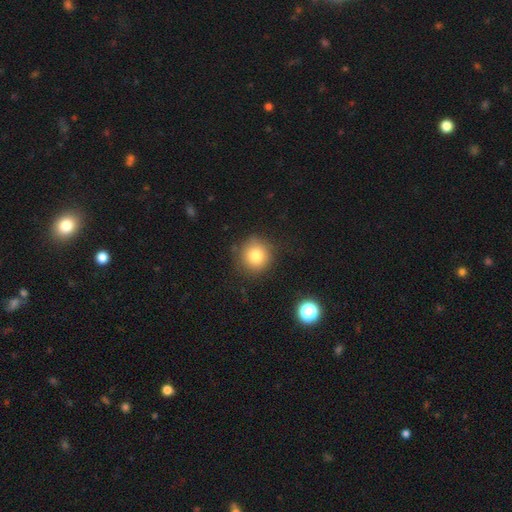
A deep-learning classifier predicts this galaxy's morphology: Smooth or featured: smooth — 80% (star or artifact — 11%)
How rounded: round — 91% (in between — 8%)
Merging: none — 84% (minor disturbance — 11%)